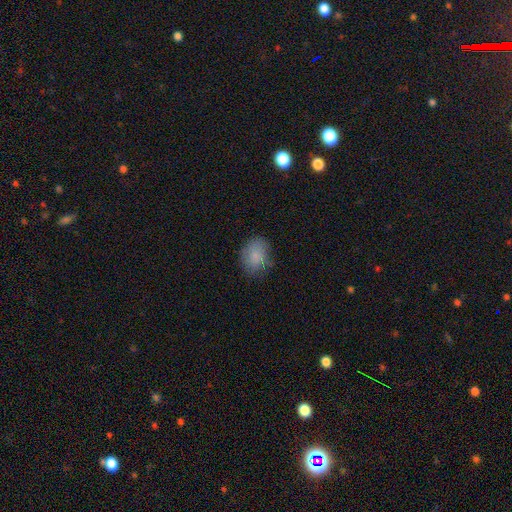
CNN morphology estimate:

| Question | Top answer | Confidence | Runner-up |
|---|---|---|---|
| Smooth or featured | smooth | 84% | featured or disk (8%) |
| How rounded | in between | 53% | round (46%) |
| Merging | none | 71% | minor disturbance (21%) |